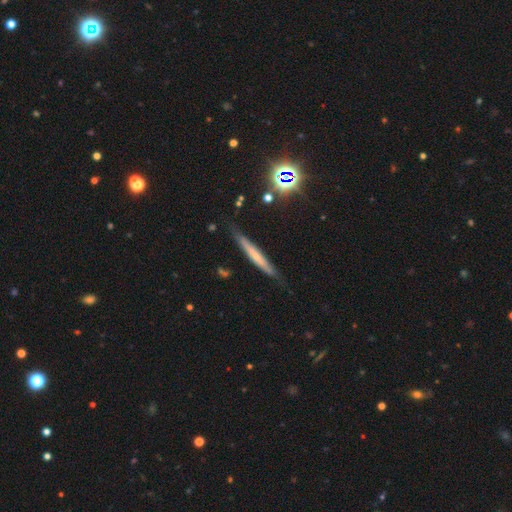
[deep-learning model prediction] smooth_or_featured: featured or disk (p=0.46) [alt: smooth p=0.45]
merging: none (p=0.80) [alt: minor disturbance p=0.15]